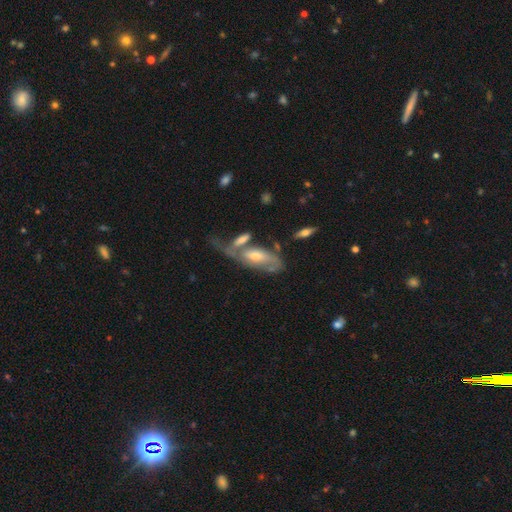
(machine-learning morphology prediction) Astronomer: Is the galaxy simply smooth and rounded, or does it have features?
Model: featured or disk — 65%.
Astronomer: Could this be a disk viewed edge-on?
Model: no — 79%.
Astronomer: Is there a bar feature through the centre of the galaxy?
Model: no — 55% (runner-up: weak, 34%).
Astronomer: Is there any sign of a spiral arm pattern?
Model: yes — 72%.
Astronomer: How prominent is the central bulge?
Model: moderate — 55%.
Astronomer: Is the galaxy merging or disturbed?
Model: merger — 32% (runner-up: none, 31%).